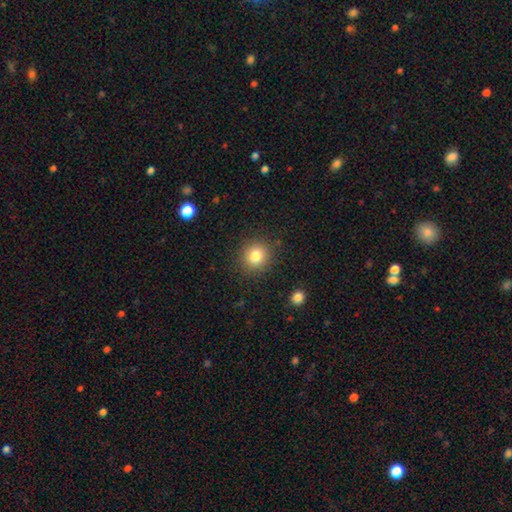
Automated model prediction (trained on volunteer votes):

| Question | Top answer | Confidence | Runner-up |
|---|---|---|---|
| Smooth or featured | smooth | 82% | star or artifact (11%) |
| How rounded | round | 85% | in between (14%) |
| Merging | none | 87% | minor disturbance (8%) |